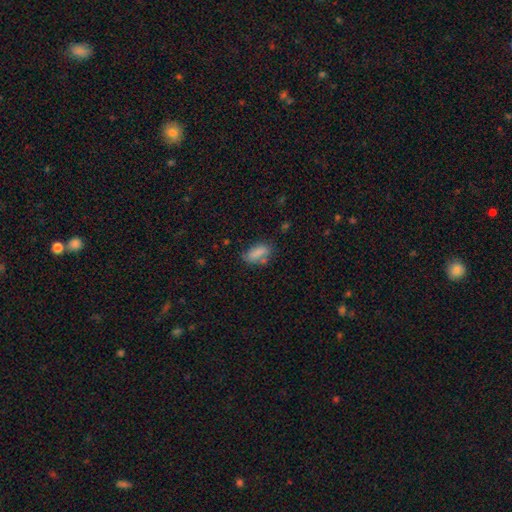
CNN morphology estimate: Q: Smooth or featured?
A: smooth (80%); runner-up: featured or disk (11%)
Q: How rounded?
A: in between (80%); runner-up: cigar-shaped (16%)
Q: Merging?
A: none (64%); runner-up: minor disturbance (22%)